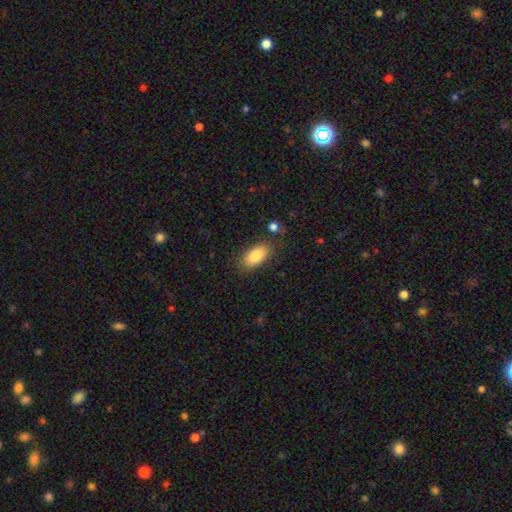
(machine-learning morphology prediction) This is clearly a smooth galaxy (85%). How rounded: clearly in between (91%). Merging: likely none (78%).